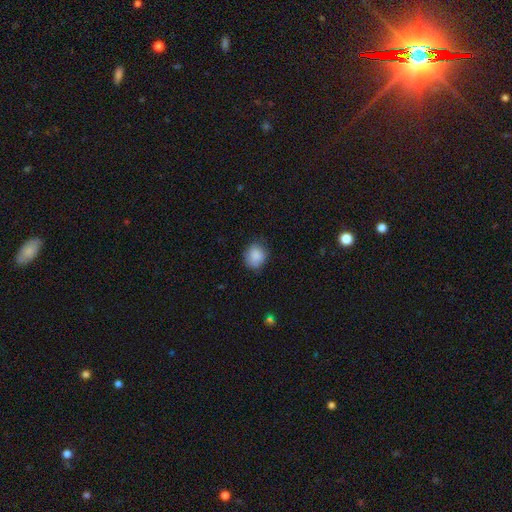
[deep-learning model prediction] This is clearly a smooth galaxy (86%). How rounded: likely round (66%). Merging: likely none (72%).